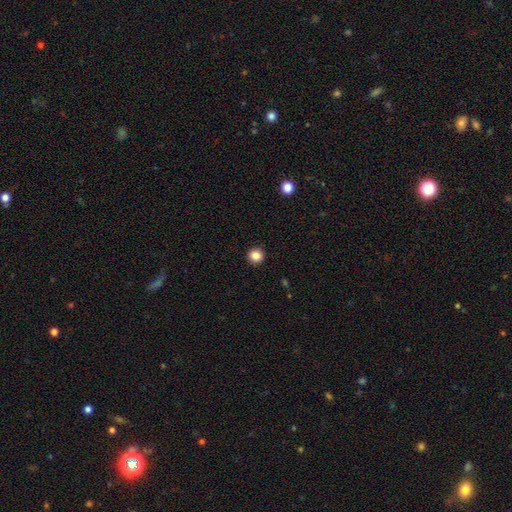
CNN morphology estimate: Smooth or featured: smooth — 86% (star or artifact — 11%)
How rounded: round — 95% (in between — 4%)
Merging: none — 93% (minor disturbance — 4%)